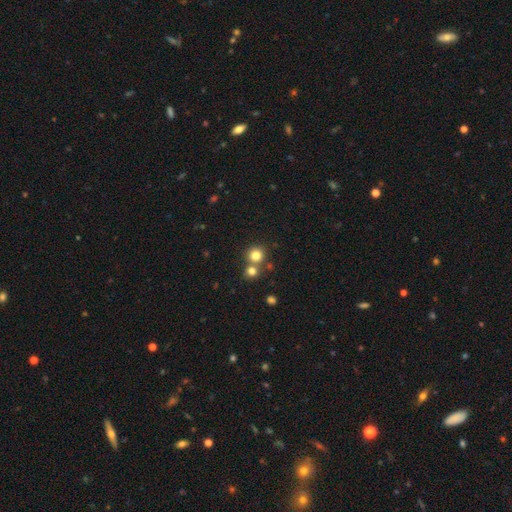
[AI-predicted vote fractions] A smooth galaxy with no disk features (80%) that is round (91%). Merging: none (63%).